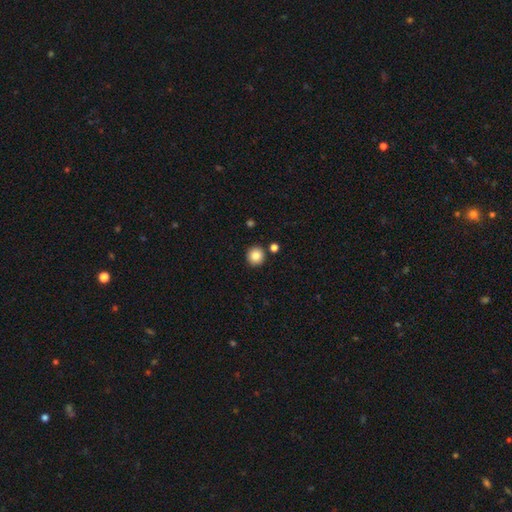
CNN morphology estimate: smooth 84%, star or artifact 10%, featured or disk 6%. Down the decision tree: how rounded — round (93%); merging — none (89%).